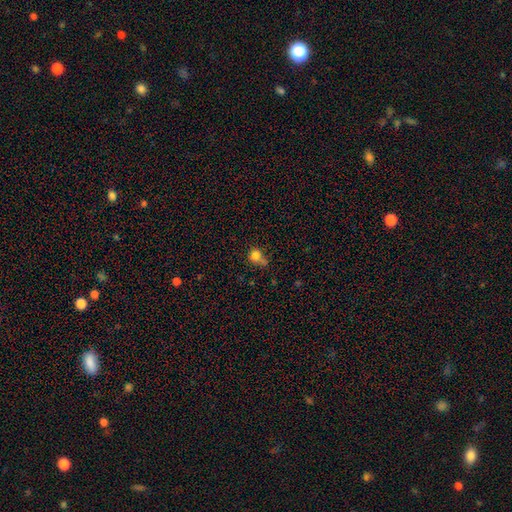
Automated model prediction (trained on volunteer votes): Overall: smooth (80%). How rounded: round (78%). Merging: none (45%; minor disturbance 26%).